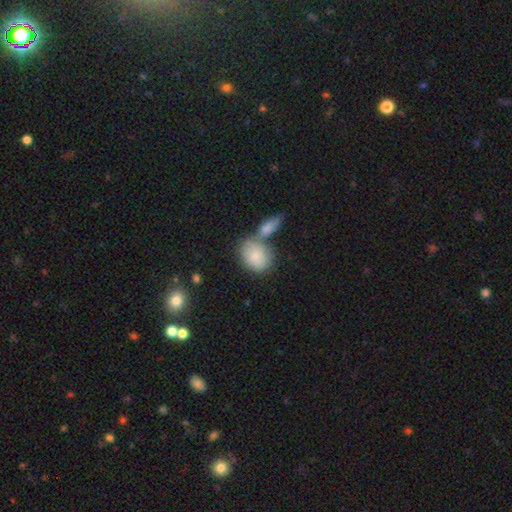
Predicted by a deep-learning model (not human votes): A smooth galaxy with no disk features (82%) that is in between round and cigar-shaped (69%). Merging: merger (41%).